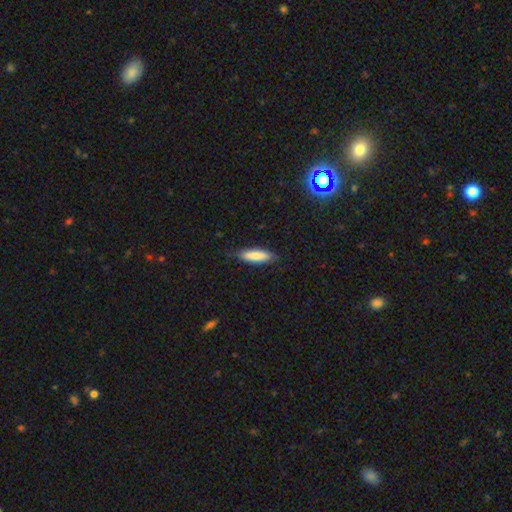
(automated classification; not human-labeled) smooth-or-featured: smooth: 82% | featured or disk: 12% | star or artifact: 6%
  how-rounded: cigar-shaped: 60% | in between: 38% | round: 1%
  merging: none: 85% | minor disturbance: 12% | major disturbance: 2% | merger: 1%